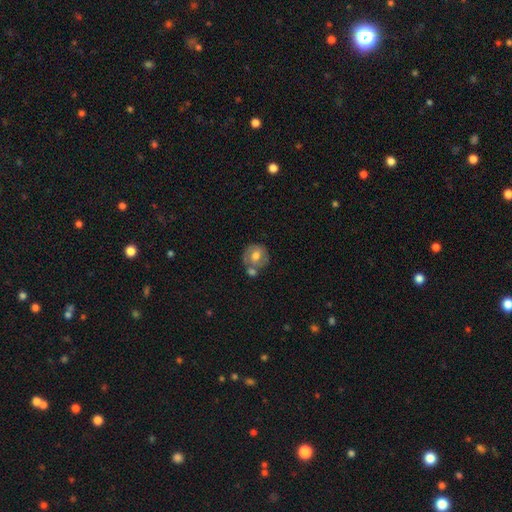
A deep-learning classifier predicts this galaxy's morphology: Smooth or featured?
  - smooth: 55% *
  - featured or disk: 37%
  - star or artifact: 7%
How rounded?
  - round: 77% *
  - in between: 22%
  - cigar-shaped: 1%
Merging?
  - none: 47% *
  - merger: 31%
  - minor disturbance: 16%
  - major disturbance: 6%